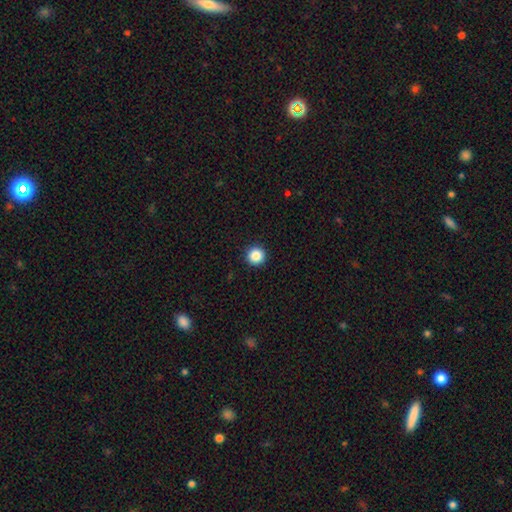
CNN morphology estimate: Overall: smooth (87%). How rounded: round (96%). Merging: none (94%).